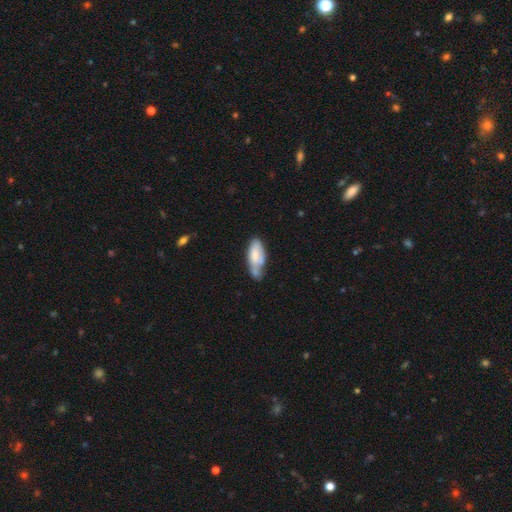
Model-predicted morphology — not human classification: smooth_or_featured: smooth (p=0.68) [alt: featured or disk p=0.26]
how_rounded: in between (p=0.80) [alt: cigar-shaped p=0.18]
merging: minor disturbance (p=0.34) [alt: none p=0.33]